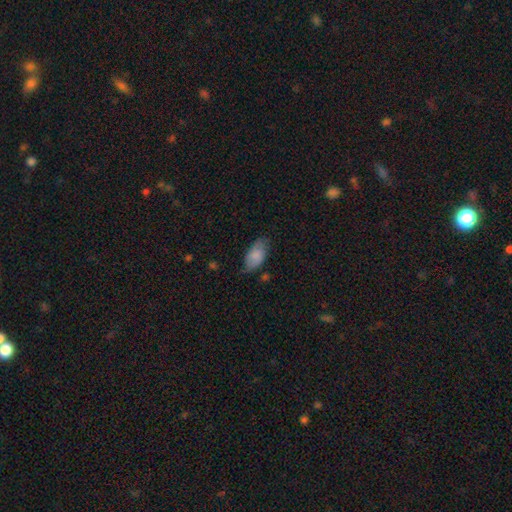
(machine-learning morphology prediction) Smooth or featured?
  - smooth: 80% *
  - featured or disk: 14%
  - star or artifact: 7%
How rounded?
  - in between: 94% *
  - round: 3%
  - cigar-shaped: 3%
Merging?
  - none: 65% *
  - minor disturbance: 27%
  - major disturbance: 6%
  - merger: 2%